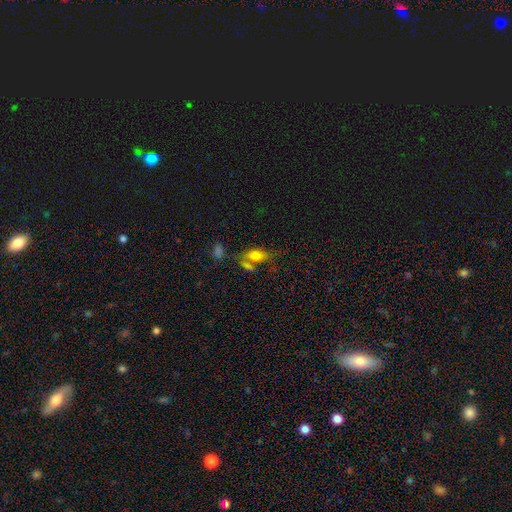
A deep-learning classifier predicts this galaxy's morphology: smooth 72%, featured or disk 16%, star or artifact 12%. Down the decision tree: how rounded — in between (84%); merging — none (44%).